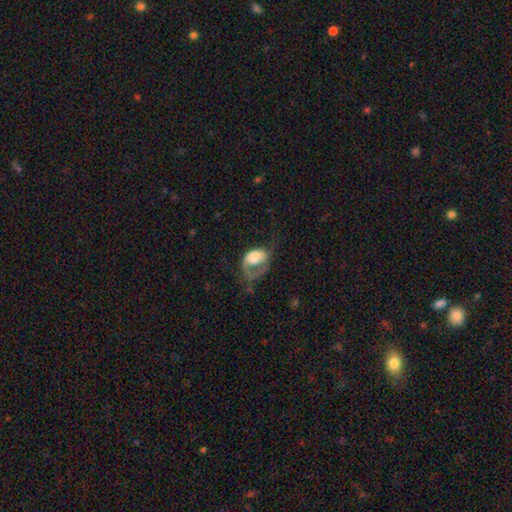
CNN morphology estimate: Overall: featured or disk (51%; smooth 42%). Edge-on disk: no (97%). Merging: major disturbance (59%; none 20%).